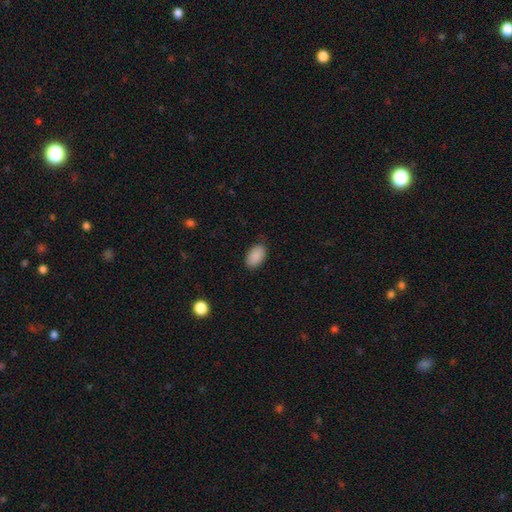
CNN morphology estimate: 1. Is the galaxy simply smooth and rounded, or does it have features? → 90% smooth, 7% star or artifact, 3% featured or disk.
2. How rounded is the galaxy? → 93% in between, 6% round, 1% cigar-shaped.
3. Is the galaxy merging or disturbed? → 86% none, 11% minor disturbance, 2% major disturbance, 1% merger.